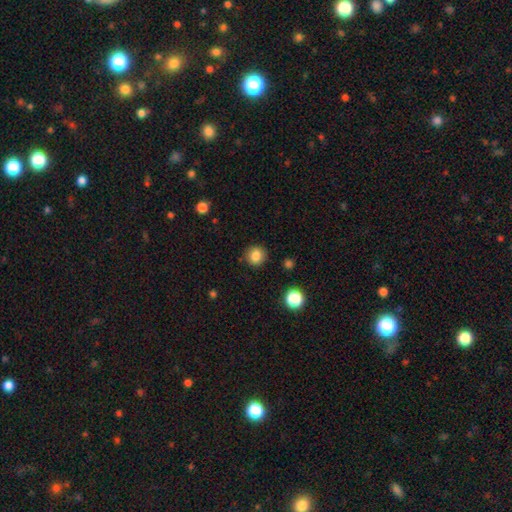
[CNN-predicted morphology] smooth 84%, star or artifact 11%, featured or disk 5%. Down the decision tree: how rounded — round (89%); merging — none (89%).